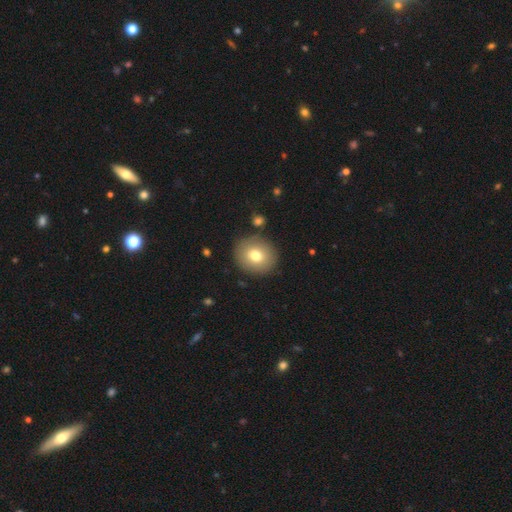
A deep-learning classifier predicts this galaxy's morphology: smooth 75%, featured or disk 15%, star or artifact 10%. Down the decision tree: how rounded — round (82%); merging — none (87%).